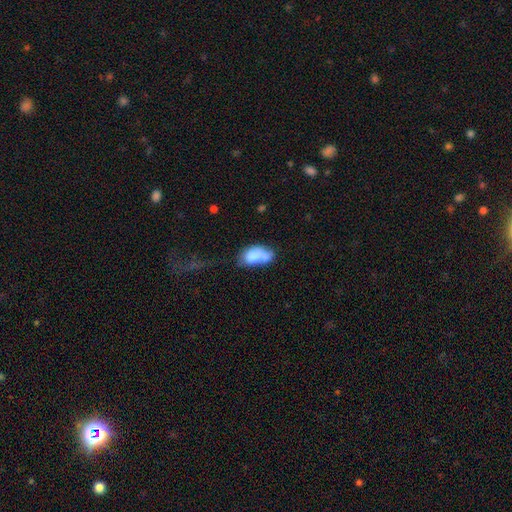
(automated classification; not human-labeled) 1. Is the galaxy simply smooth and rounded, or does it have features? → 73% smooth, 18% featured or disk, 9% star or artifact.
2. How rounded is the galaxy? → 90% in between, 6% round, 3% cigar-shaped.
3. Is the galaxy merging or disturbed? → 30% none, 29% merger, 24% minor disturbance, 16% major disturbance.